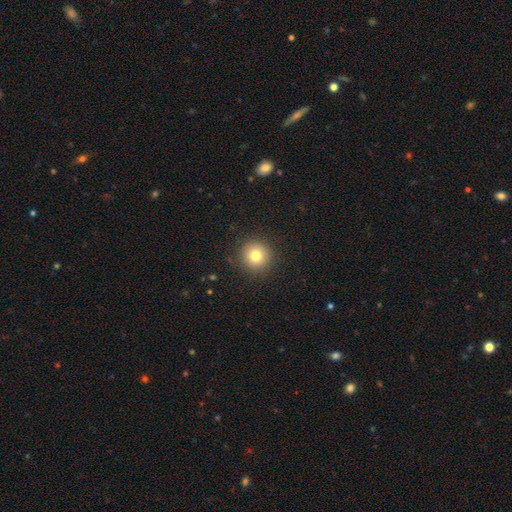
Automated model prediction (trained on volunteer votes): Smooth or featured? Predicted: smooth (p=0.78). How rounded? Predicted: round (p=0.95). Merging? Predicted: none (p=0.91).